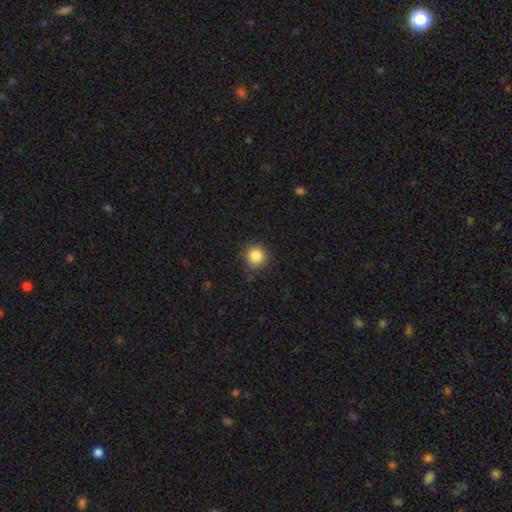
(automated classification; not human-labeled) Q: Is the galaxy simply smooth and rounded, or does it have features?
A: smooth — 85%.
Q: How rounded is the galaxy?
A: round — 92%.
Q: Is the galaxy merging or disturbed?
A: none — 86%.